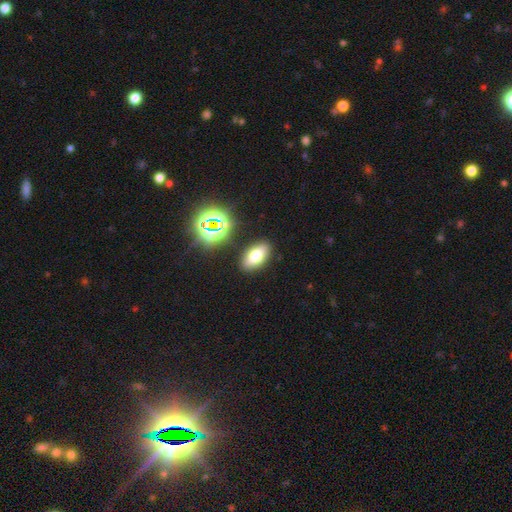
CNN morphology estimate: Q: Smooth or featured?
A: smooth (66%); runner-up: featured or disk (17%)
Q: How rounded?
A: in between (86%); runner-up: round (7%)
Q: Merging?
A: none (87%); runner-up: minor disturbance (8%)